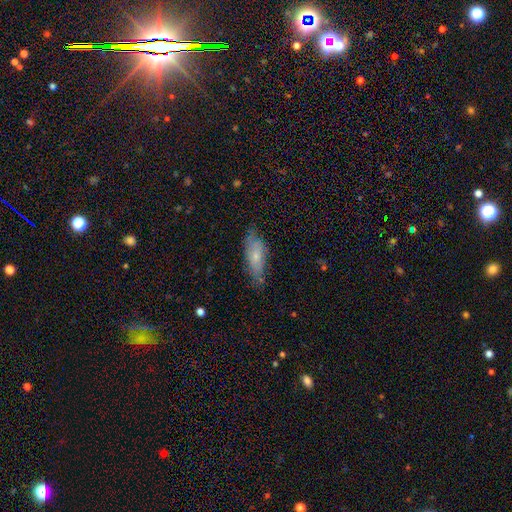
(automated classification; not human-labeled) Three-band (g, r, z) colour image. It shows a smooth galaxy with no disk features (63%) that is in between round and cigar-shaped (68%). Merging: none (67%).